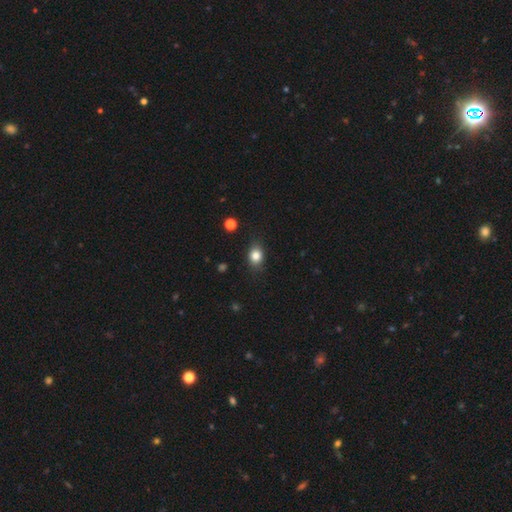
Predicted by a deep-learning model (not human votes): A smooth galaxy with no disk features (82%) that is in between round and cigar-shaped (59%).

Vote fractions:
- Smooth or featured? smooth: 82% / star or artifact: 10% / featured or disk: 8%
- How rounded? in between: 59% / round: 39% / cigar-shaped: 2%
- Merging? none: 81% / minor disturbance: 15% / major disturbance: 3% / merger: 1%